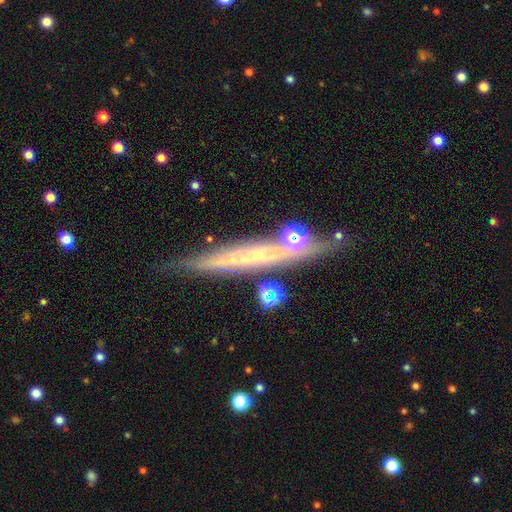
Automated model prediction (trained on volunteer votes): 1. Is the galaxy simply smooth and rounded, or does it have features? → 60% featured or disk, 30% smooth, 10% star or artifact.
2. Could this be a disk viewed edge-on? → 90% yes, 10% no.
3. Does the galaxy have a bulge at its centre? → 77% none, 17% rounded, 7% boxy.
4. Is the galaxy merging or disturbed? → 74% none, 15% minor disturbance, 7% merger, 4% major disturbance.